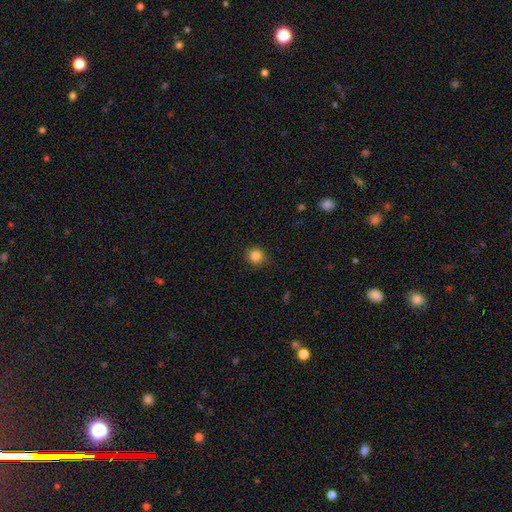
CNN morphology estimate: A smooth galaxy with no disk features (85%) that is round (90%). Merging: none (89%).